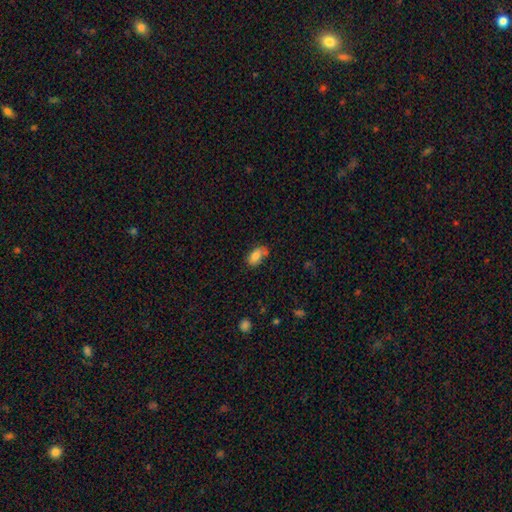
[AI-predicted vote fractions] Q: Smooth or featured?
A: smooth (78%); runner-up: featured or disk (14%)
Q: How rounded?
A: in between (91%); runner-up: round (6%)
Q: Merging?
A: none (59%); runner-up: minor disturbance (29%)